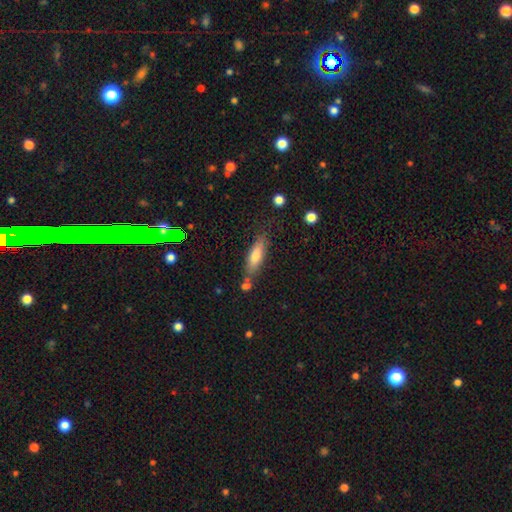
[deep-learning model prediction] Smooth or featured? Predicted: smooth (p=0.66). How rounded? Predicted: cigar-shaped (p=0.56). Merging? Predicted: none (p=0.69).